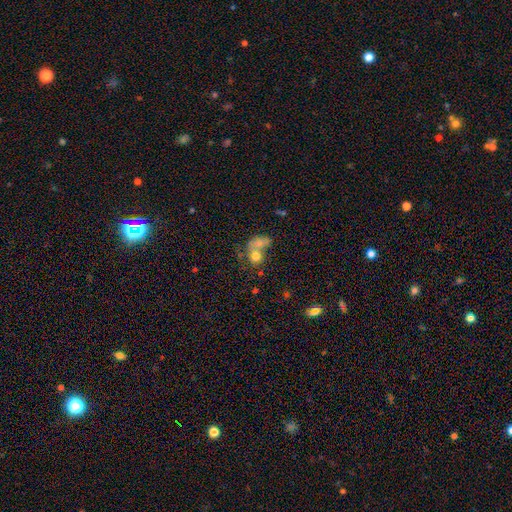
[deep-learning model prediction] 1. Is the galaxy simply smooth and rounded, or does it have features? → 69% smooth, 19% featured or disk, 12% star or artifact.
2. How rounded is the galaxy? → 59% round, 39% in between, 2% cigar-shaped.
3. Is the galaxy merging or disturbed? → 60% merger, 24% none, 8% major disturbance, 8% minor disturbance.